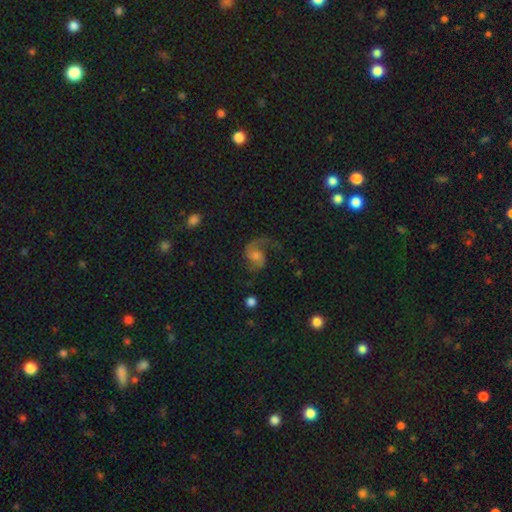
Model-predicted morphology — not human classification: Smooth or featured? featured or disk (81%)
Edge-on disk? no (98%)
Bar? no (63%)
Spiral arms? yes (96%)
Spiral winding? loose (49%)
Spiral arm count? 2 (69%)
Bulge size? moderate (48%)
Merging? none (59%)